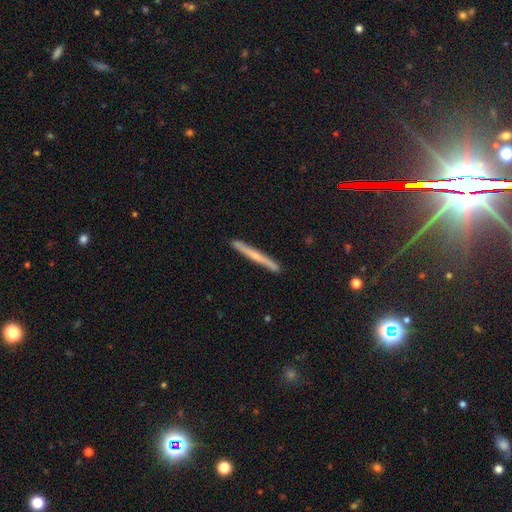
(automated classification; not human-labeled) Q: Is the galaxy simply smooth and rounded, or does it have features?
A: featured or disk — 54%.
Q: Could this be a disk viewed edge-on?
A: yes — 96%.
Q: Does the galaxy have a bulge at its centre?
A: rounded — 50%.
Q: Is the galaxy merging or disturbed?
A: none — 89%.